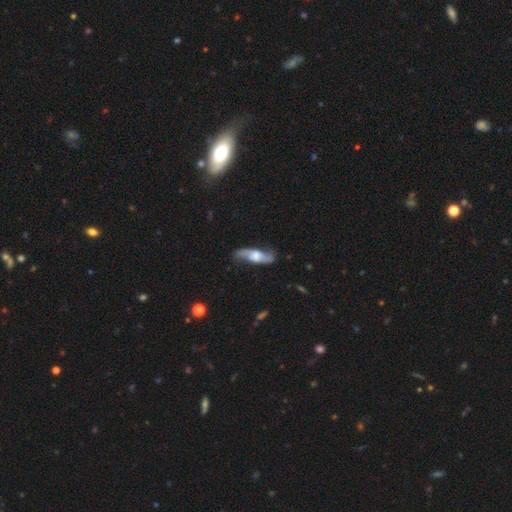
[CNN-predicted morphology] type=featured or disk (64%); edge-on=no (71%); merging=none (71%).